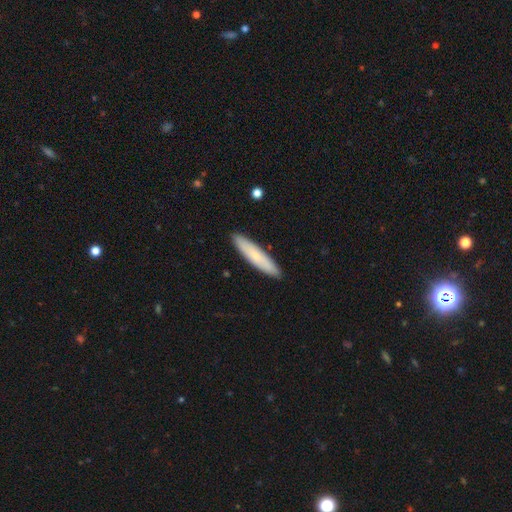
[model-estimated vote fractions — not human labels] The model was most divided on "smooth or featured": smooth: 71%, featured or disk: 24%, star or artifact: 6%. More confident: merging — none (90%); how rounded — cigar-shaped (86%).